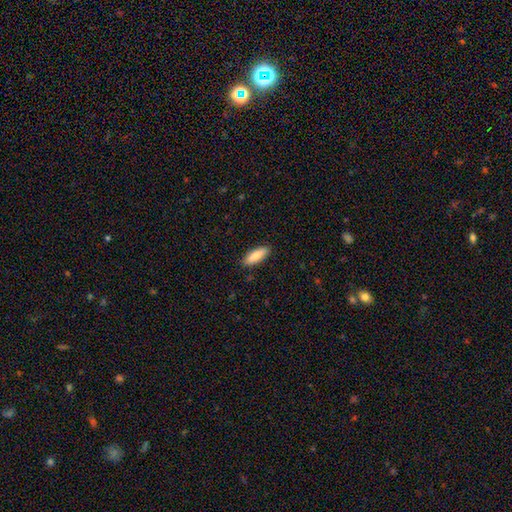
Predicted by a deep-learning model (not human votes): Overall: smooth (84%). How rounded: in between (57%; cigar-shaped 41%). Merging: none (89%).